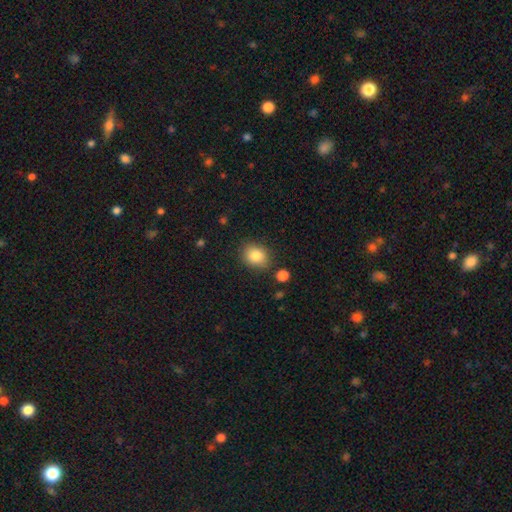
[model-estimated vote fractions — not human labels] The model was most divided on "how rounded": round: 50%, in between: 49%, cigar-shaped: 1%. More confident: smooth or featured — smooth (84%); merging — none (81%).